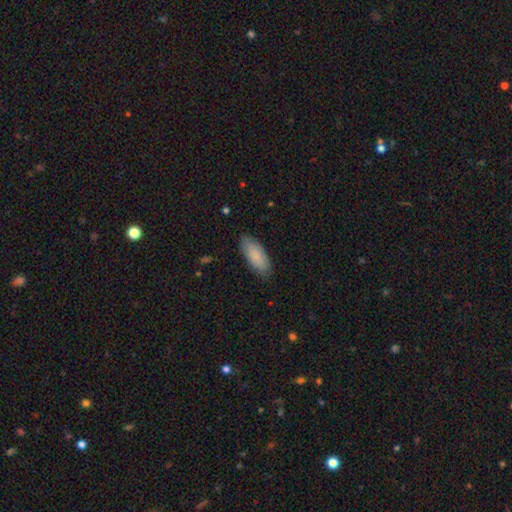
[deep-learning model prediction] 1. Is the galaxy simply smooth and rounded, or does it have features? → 86% smooth, 8% featured or disk, 6% star or artifact.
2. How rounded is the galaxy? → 83% in between, 15% cigar-shaped, 2% round.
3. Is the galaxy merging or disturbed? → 83% none, 14% minor disturbance, 3% major disturbance, 1% merger.